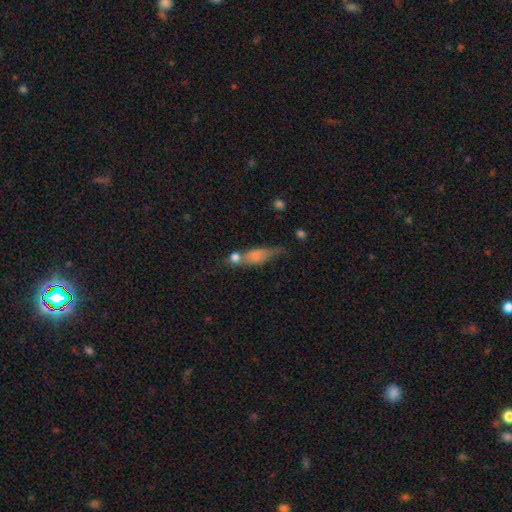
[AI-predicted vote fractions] Smooth or featured? Predicted: smooth (p=0.59). How rounded? Predicted: cigar-shaped (p=0.47). Merging? Predicted: none (p=0.36).